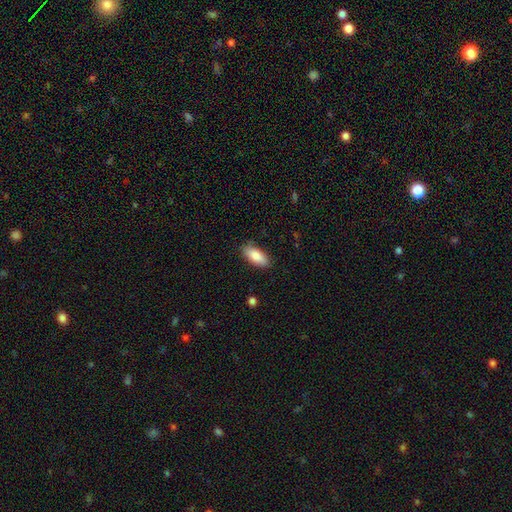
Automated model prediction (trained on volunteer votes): Overall: smooth (85%). How rounded: in between (88%). Merging: none (81%).